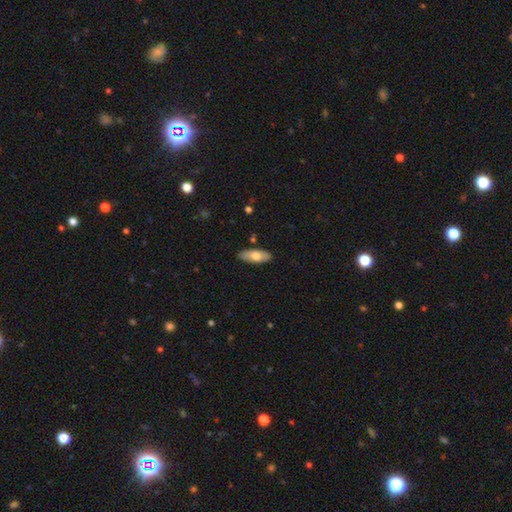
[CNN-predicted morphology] Smooth or featured?
  - smooth: 71% *
  - featured or disk: 24%
  - star or artifact: 6%
How rounded?
  - in between: 79% *
  - cigar-shaped: 19%
  - round: 2%
Merging?
  - none: 87% *
  - minor disturbance: 9%
  - major disturbance: 2%
  - merger: 2%